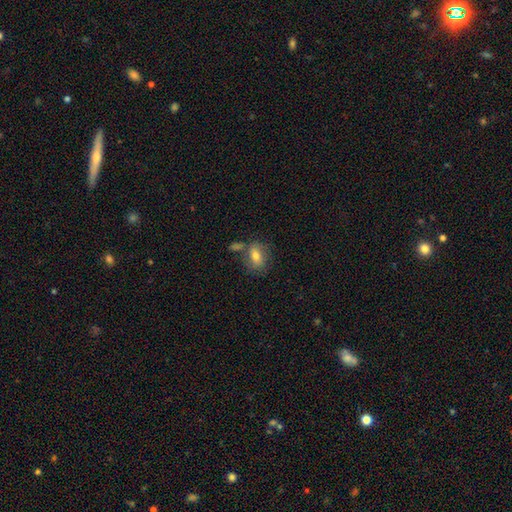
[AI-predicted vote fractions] This is likely a smooth galaxy (69%). How rounded: likely in between (72%). Merging: possibly none (55%).